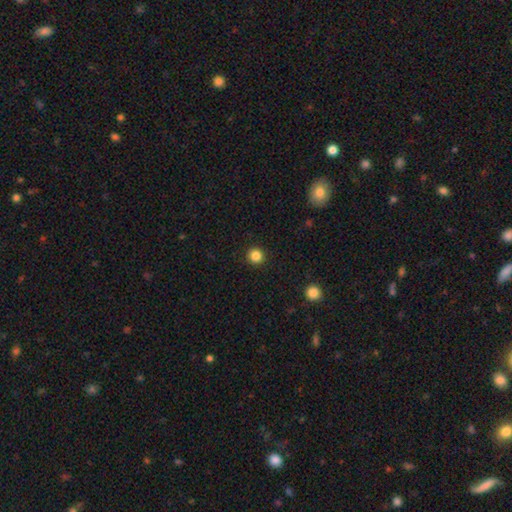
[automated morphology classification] smooth-or-featured: smooth: 85% | star or artifact: 12% | featured or disk: 4%
  how-rounded: round: 95% | in between: 4% | cigar-shaped: 1%
  merging: none: 93% | minor disturbance: 4% | major disturbance: 2% | merger: 1%